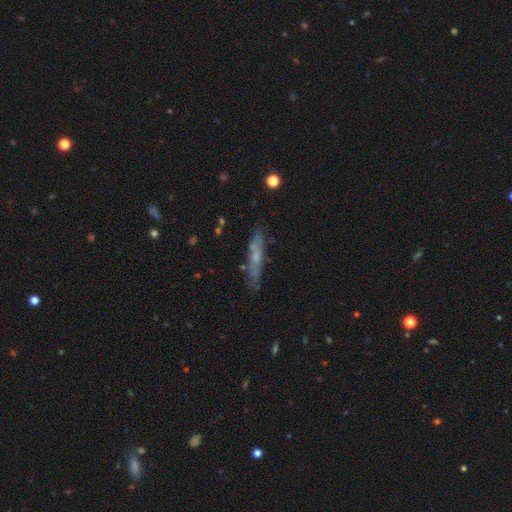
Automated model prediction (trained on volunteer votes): Q: Smooth or featured?
A: featured or disk (48%); runner-up: smooth (44%)
Q: Merging?
A: none (78%); runner-up: minor disturbance (15%)